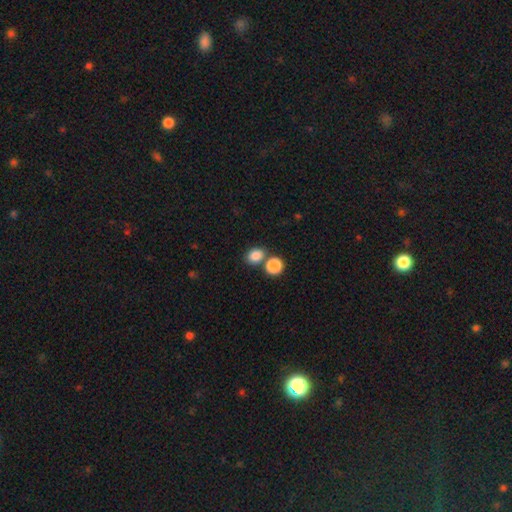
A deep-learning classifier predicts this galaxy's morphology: type=smooth (85%); roundness=round (52%); merging=none (59%).